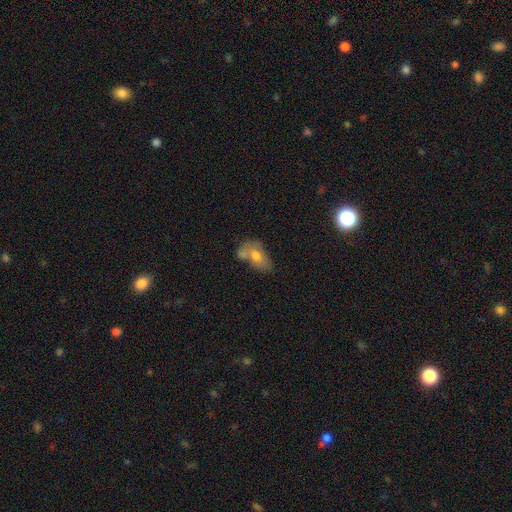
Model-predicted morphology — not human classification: This is likely a smooth galaxy (62%). How rounded: clearly in between (85%). Merging: marginally merger (42%).